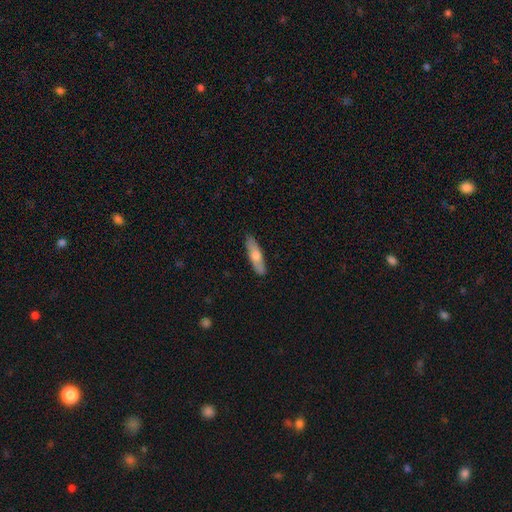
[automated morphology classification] Overall: smooth (64%; featured or disk 31%). How rounded: cigar-shaped (65%; in between 33%). Merging: none (88%).